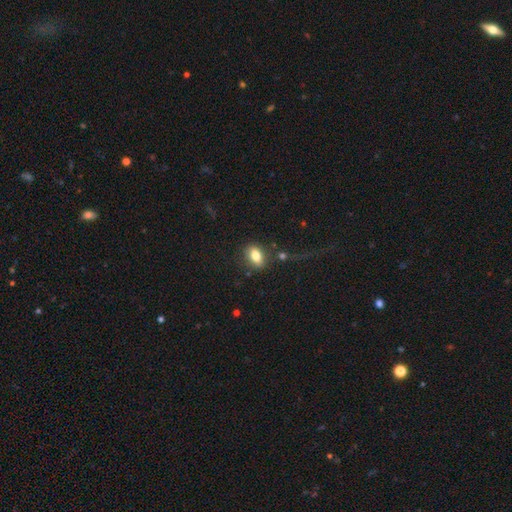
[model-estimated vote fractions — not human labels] Smooth or featured? smooth (77%)
How rounded? in between (79%)
Merging? none (77%)